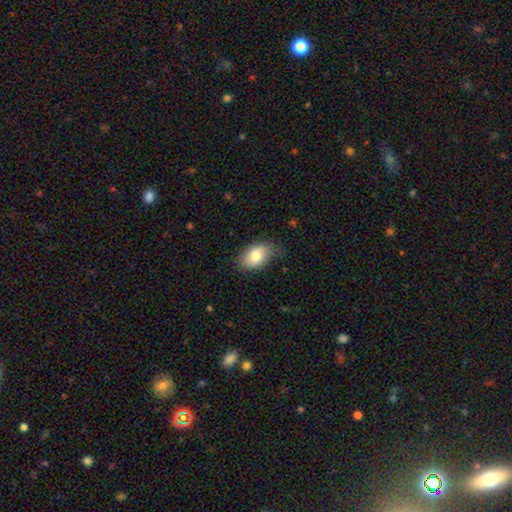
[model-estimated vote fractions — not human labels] smooth_or_featured: smooth (p=0.79) [alt: featured or disk p=0.13]
how_rounded: in between (p=0.89) [alt: round p=0.09]
merging: none (p=0.72) [alt: minor disturbance p=0.22]